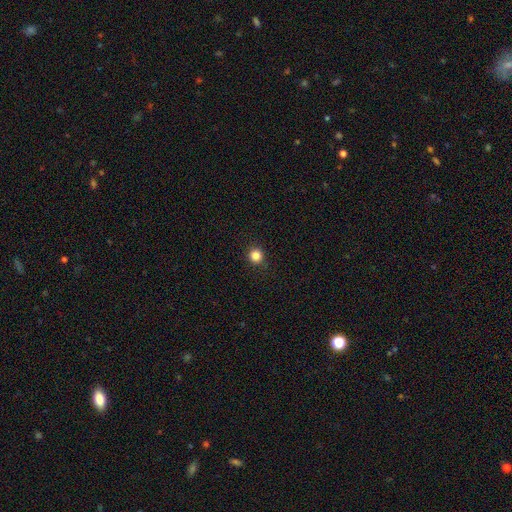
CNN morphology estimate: This is clearly a smooth galaxy (85%). How rounded: clearly round (92%). Merging: clearly none (91%).